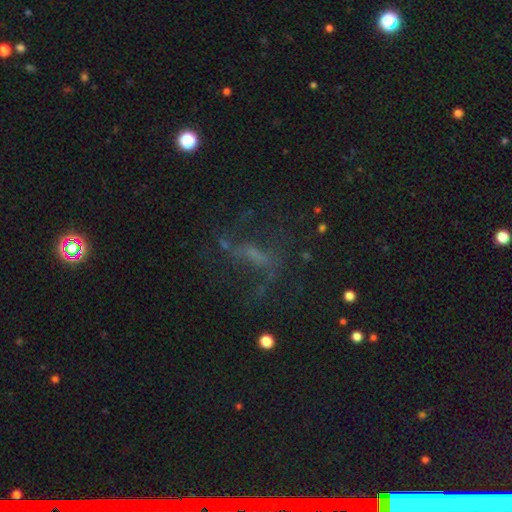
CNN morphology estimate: smooth_or_featured: featured or disk (p=0.45) [alt: star or artifact p=0.32]
merging: none (p=0.54) [alt: major disturbance p=0.26]